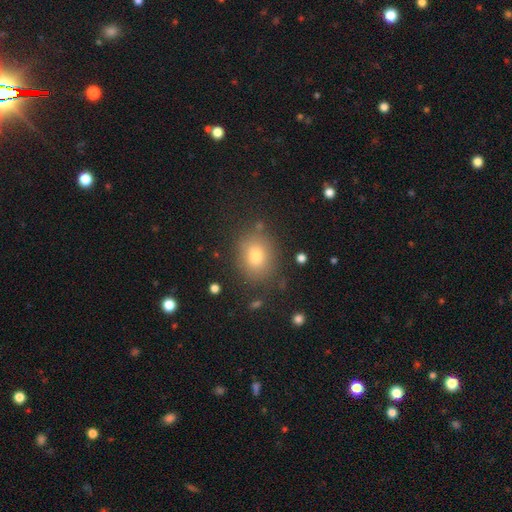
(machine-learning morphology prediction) Smooth or featured? Predicted: smooth (p=0.75). How rounded? Predicted: round (p=0.57). Merging? Predicted: none (p=0.81).